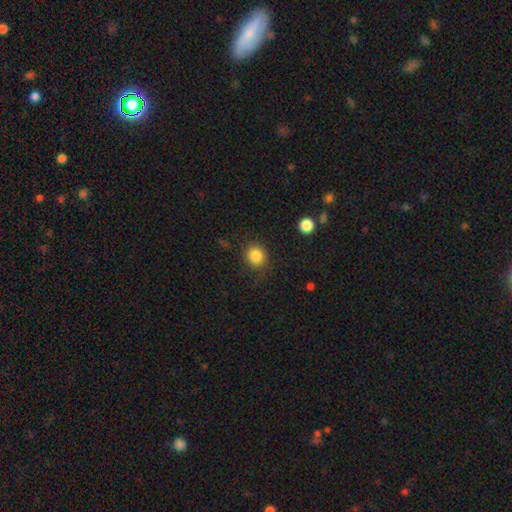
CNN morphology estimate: Smooth or featured? Predicted: smooth (p=0.85). How rounded? Predicted: round (p=0.80). Merging? Predicted: none (p=0.81).